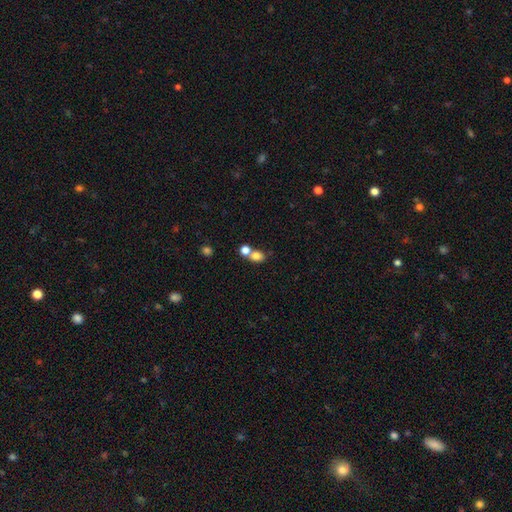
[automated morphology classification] smooth 78%, star or artifact 12%, featured or disk 10%. Down the decision tree: how rounded — in between (54%); merging — merger (46%).